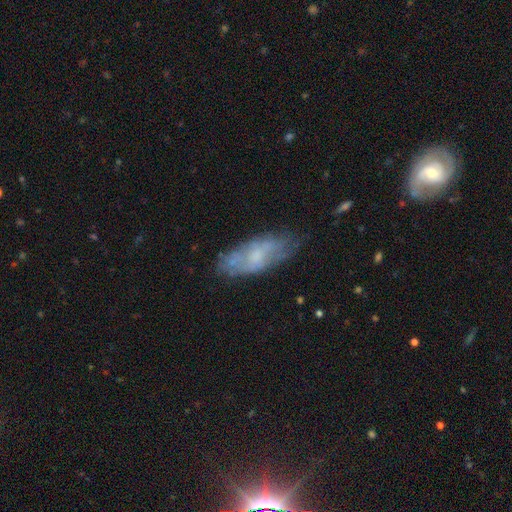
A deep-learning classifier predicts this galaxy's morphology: smooth 47%, featured or disk 45%, star or artifact 8%. Down the decision tree: merging — none (63%).